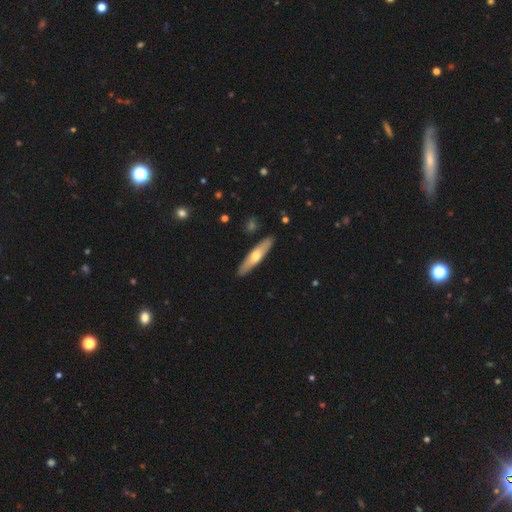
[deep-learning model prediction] Smooth or featured?
  - smooth: 51% *
  - featured or disk: 44%
  - star or artifact: 5%
How rounded?
  - cigar-shaped: 81% *
  - in between: 18%
  - round: 2%
Merging?
  - none: 90% *
  - minor disturbance: 7%
  - major disturbance: 2%
  - merger: 1%